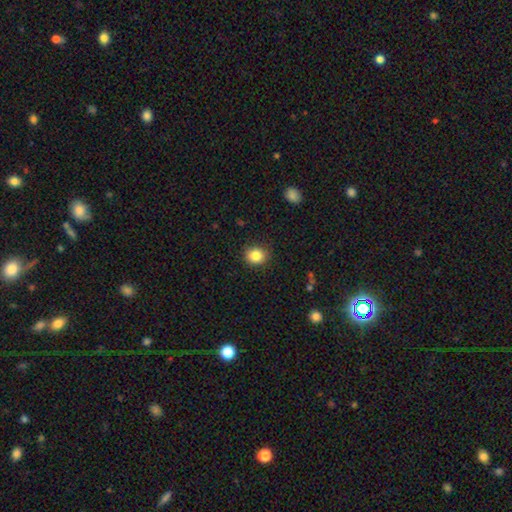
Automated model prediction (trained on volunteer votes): Smooth or featured?
  - smooth: 85% *
  - star or artifact: 10%
  - featured or disk: 5%
How rounded?
  - round: 77% *
  - in between: 22%
  - cigar-shaped: 1%
Merging?
  - none: 88% *
  - minor disturbance: 8%
  - major disturbance: 2%
  - merger: 1%